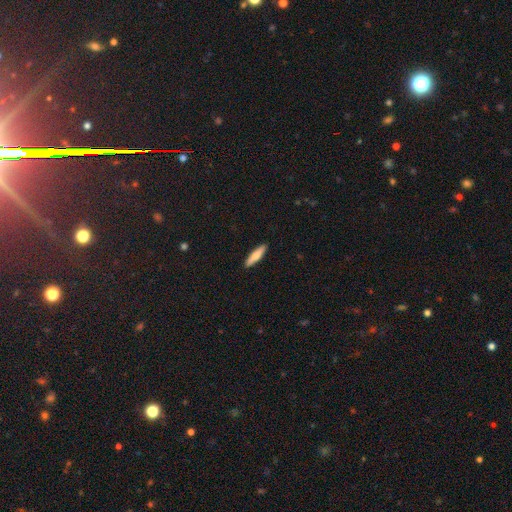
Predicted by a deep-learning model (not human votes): Smooth or featured? smooth (70%)
How rounded? cigar-shaped (80%)
Merging? none (91%)